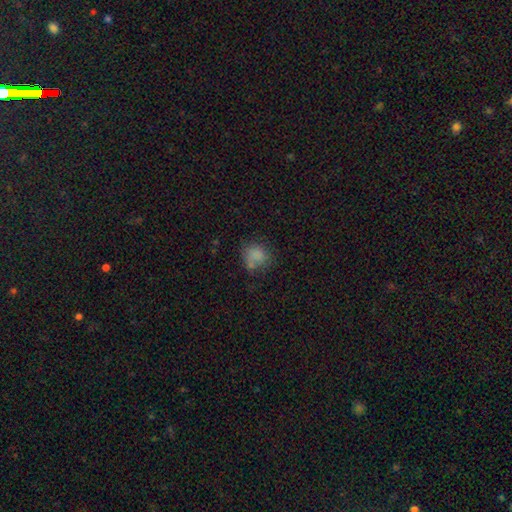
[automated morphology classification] Q: Smooth or featured?
A: smooth (77%); runner-up: star or artifact (12%)
Q: How rounded?
A: round (72%); runner-up: in between (27%)
Q: Merging?
A: none (57%); runner-up: minor disturbance (23%)